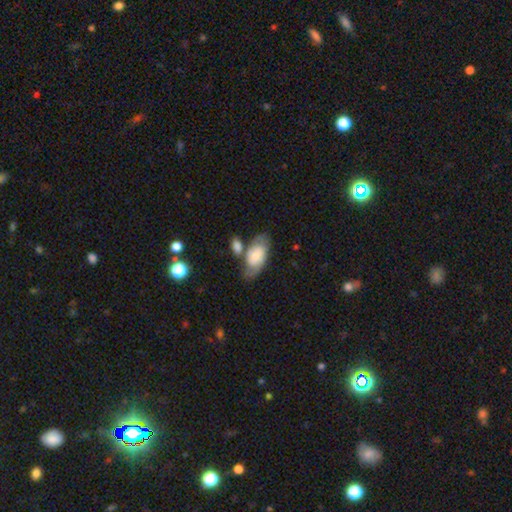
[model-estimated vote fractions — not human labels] This is possibly a smooth galaxy (56%). How rounded: clearly in between (91%). Merging: possibly none (48%).